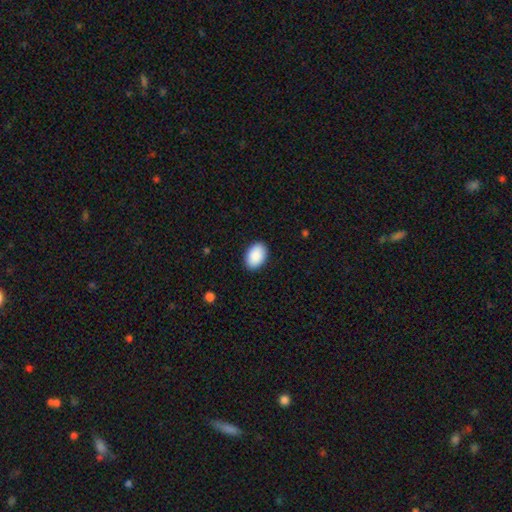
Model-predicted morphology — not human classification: This is clearly a smooth galaxy (91%). How rounded: clearly in between (90%). Merging: clearly none (90%).